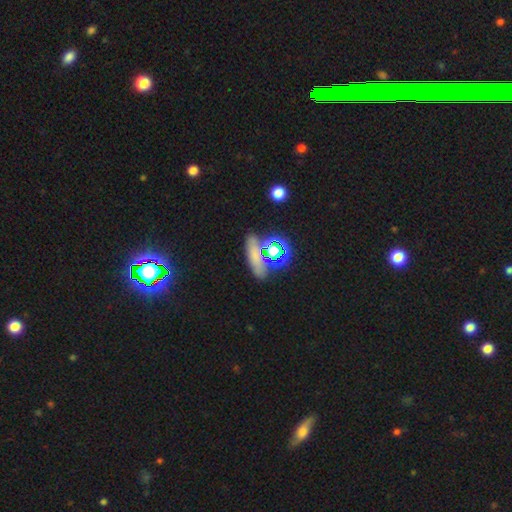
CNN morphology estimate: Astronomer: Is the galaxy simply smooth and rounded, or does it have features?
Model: smooth — 51% (runner-up: star or artifact, 34%).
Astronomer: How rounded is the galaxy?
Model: cigar-shaped — 39% (runner-up: in between, 38%).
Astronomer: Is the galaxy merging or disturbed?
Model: none — 72%.